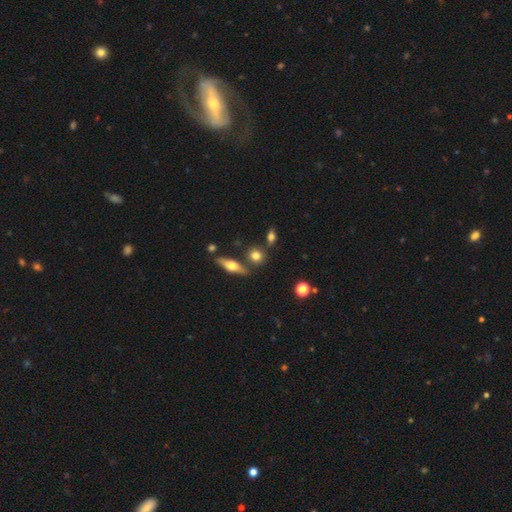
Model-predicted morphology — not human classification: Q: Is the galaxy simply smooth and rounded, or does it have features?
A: smooth — 67%.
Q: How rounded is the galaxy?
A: round — 66%.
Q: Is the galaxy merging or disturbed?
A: none — 75%.